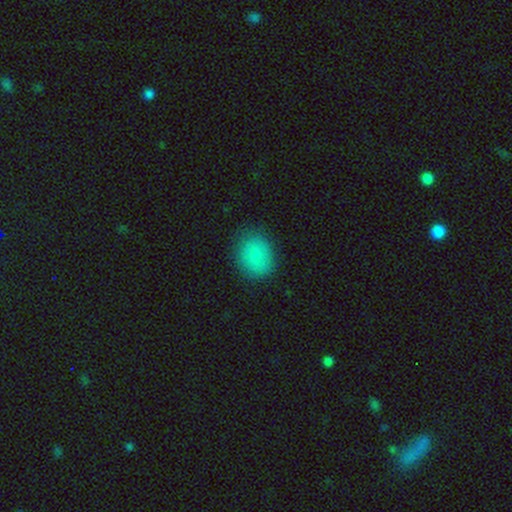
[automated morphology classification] type=smooth (80%); roundness=round (52%); merging=none (83%).